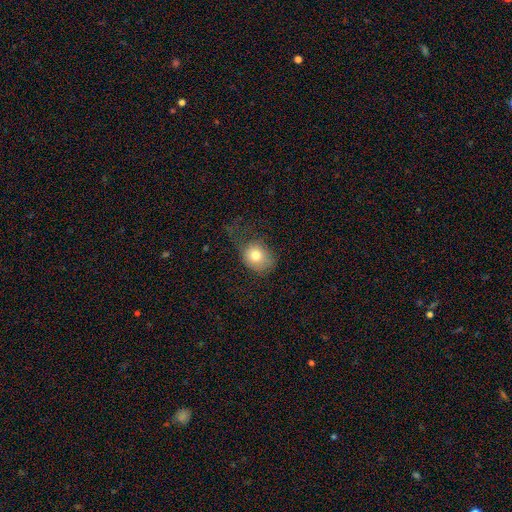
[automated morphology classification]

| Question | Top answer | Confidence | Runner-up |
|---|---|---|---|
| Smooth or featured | smooth | 76% | featured or disk (14%) |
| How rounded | round | 63% | in between (36%) |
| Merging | none | 41% | major disturbance (29%) |